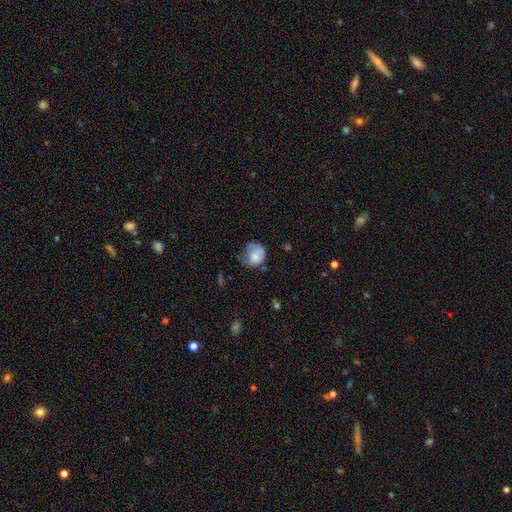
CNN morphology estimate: Smooth or featured? smooth (73%)
How rounded? round (63%)
Merging? minor disturbance (37%)